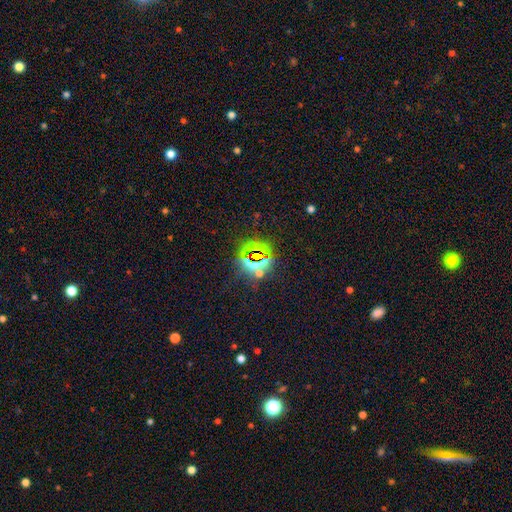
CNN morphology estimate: star or artifact 77%, smooth 15%, featured or disk 9%.